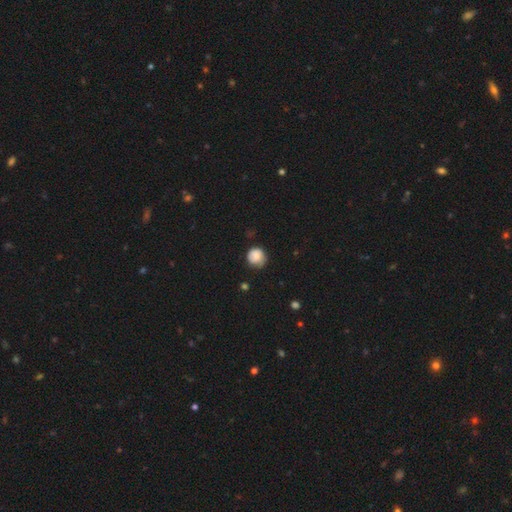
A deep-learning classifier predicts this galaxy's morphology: Smooth or featured: smooth — 79% (featured or disk — 13%)
How rounded: round — 88% (in between — 11%)
Merging: none — 66% (minor disturbance — 26%)